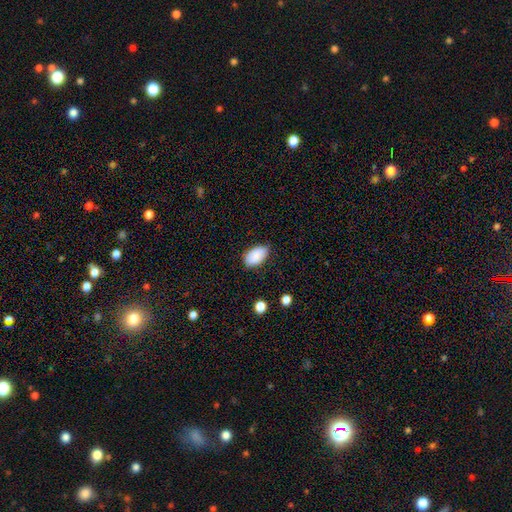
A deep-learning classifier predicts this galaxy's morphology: Overall: smooth (89%). How rounded: in between (95%). Merging: none (78%).